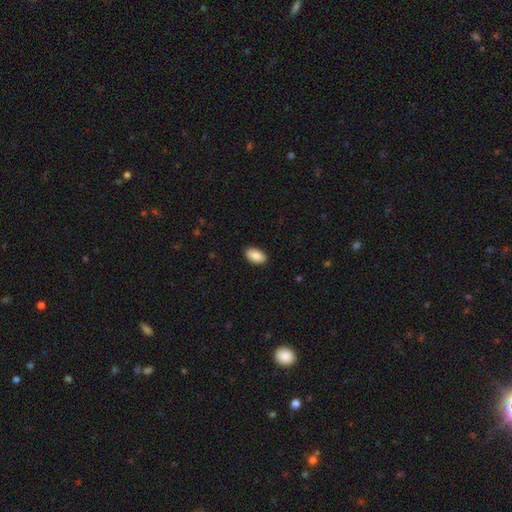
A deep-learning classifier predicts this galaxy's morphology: Overall: smooth (87%). How rounded: in between (94%). Merging: none (89%).